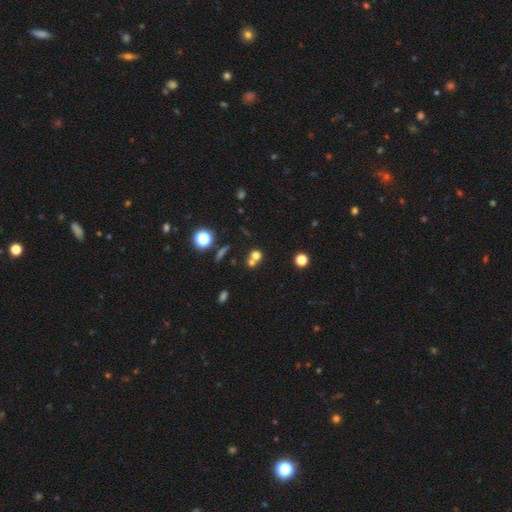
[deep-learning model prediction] Morphology: type=smooth (67%); roundness=round (83%); merging=merger (47%).